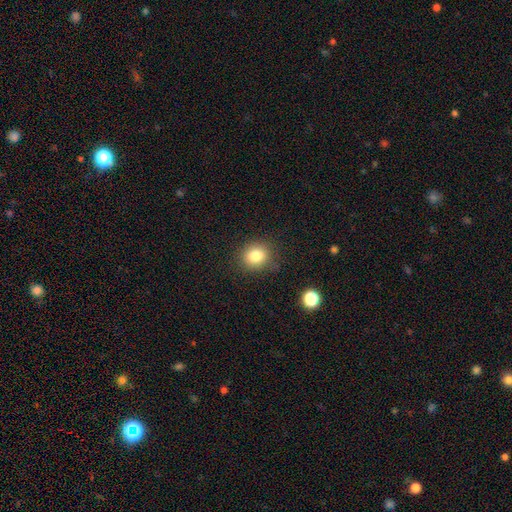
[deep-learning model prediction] A smooth galaxy with no disk features (82%) that is round (76%).

Vote fractions:
- Smooth or featured? smooth: 82% / star or artifact: 11% / featured or disk: 7%
- How rounded? round: 76% / in between: 23% / cigar-shaped: 1%
- Merging? none: 84% / minor disturbance: 11% / major disturbance: 3% / merger: 2%